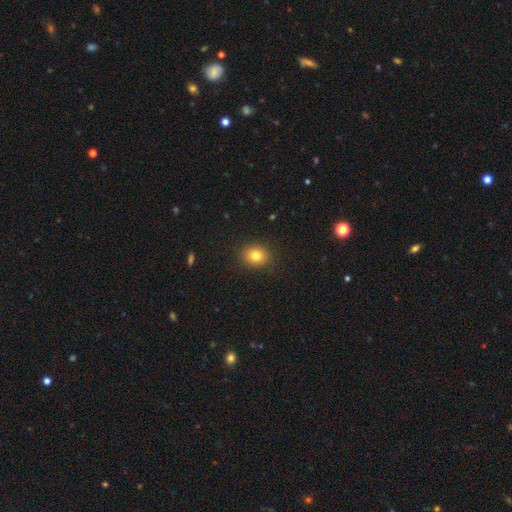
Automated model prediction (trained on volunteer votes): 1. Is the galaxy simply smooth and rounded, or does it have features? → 81% smooth, 11% star or artifact, 8% featured or disk.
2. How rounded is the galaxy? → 62% round, 37% in between, 1% cigar-shaped.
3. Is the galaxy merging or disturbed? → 88% none, 8% minor disturbance, 2% major disturbance, 1% merger.